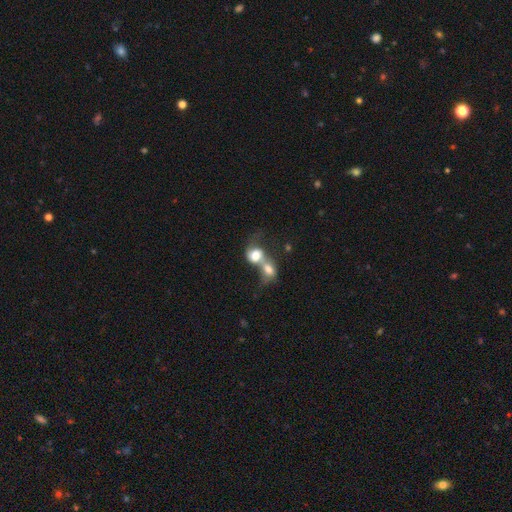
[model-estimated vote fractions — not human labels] A smooth galaxy with no disk features (65%) that is round (58%).

Vote fractions:
- Smooth or featured? smooth: 65% / featured or disk: 26% / star or artifact: 8%
- How rounded? round: 58% / in between: 40% / cigar-shaped: 1%
- Merging? merger: 83% / none: 7% / major disturbance: 6% / minor disturbance: 4%